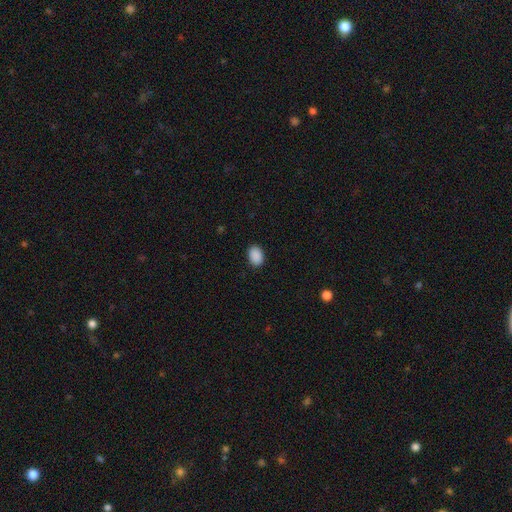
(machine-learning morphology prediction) smooth-or-featured: smooth: 90% | star or artifact: 8% | featured or disk: 2%
  how-rounded: in between: 79% | round: 20% | cigar-shaped: 1%
  merging: none: 89% | minor disturbance: 8% | major disturbance: 2% | merger: 1%